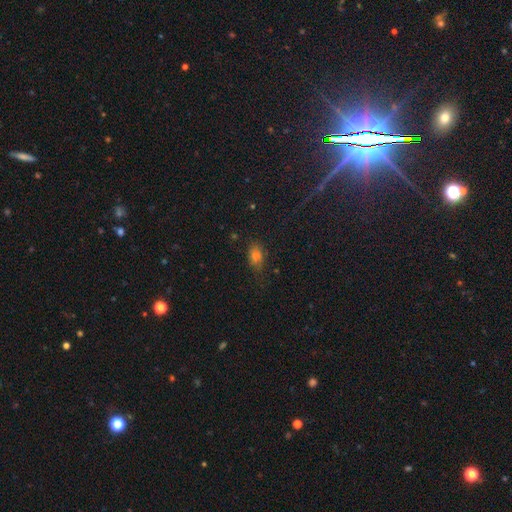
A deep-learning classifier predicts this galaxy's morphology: This is likely a smooth galaxy (70%). How rounded: likely in between (78%). Merging: likely none (71%).